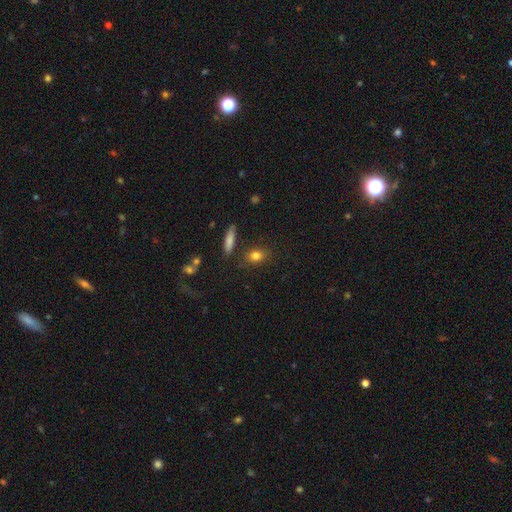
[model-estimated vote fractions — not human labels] Overall: smooth (81%). How rounded: in between (60%; round 33%). Merging: none (79%).